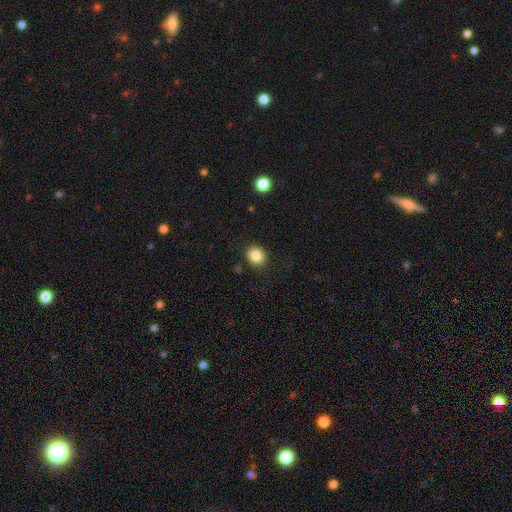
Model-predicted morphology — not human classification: type=smooth (85%); roundness=round (71%); merging=none (88%).